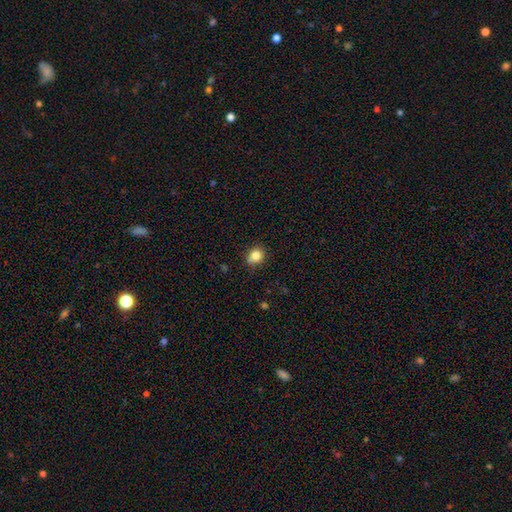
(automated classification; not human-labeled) smooth 83%, star or artifact 11%, featured or disk 6%. Down the decision tree: how rounded — round (70%); merging — none (76%).